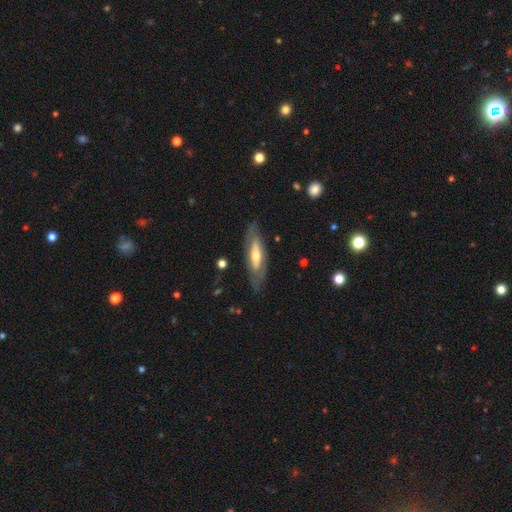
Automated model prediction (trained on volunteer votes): Q: Smooth or featured?
A: featured or disk (64%); runner-up: smooth (30%)
Q: Edge-on disk?
A: no (62%); runner-up: yes (38%)
Q: Merging?
A: none (77%); runner-up: minor disturbance (15%)